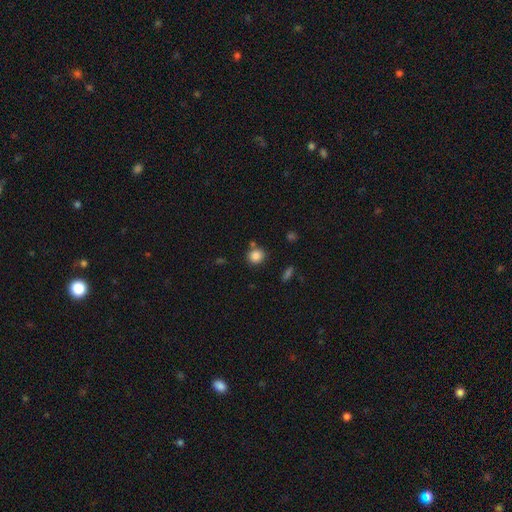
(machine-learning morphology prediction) smooth_or_featured: smooth (p=0.86) [alt: star or artifact p=0.10]
how_rounded: round (p=0.84) [alt: in between p=0.15]
merging: none (p=0.78) [alt: minor disturbance p=0.10]